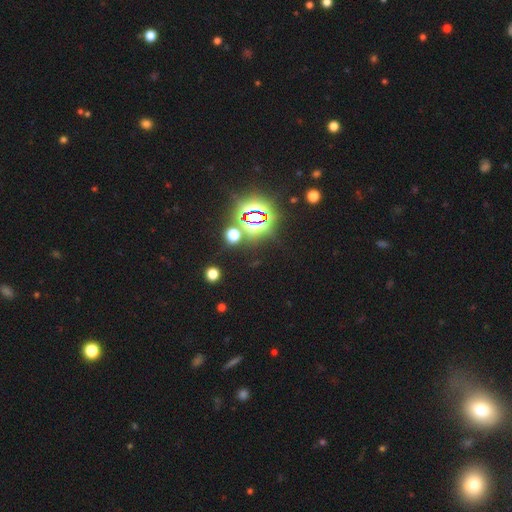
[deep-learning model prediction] smooth_or_featured: star or artifact (p=0.81) [alt: smooth p=0.13]